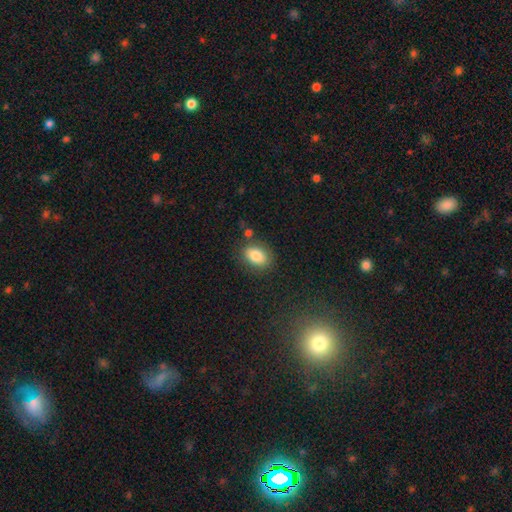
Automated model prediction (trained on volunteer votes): smooth_or_featured: smooth (p=0.84) [alt: featured or disk p=0.08]
how_rounded: in between (p=0.83) [alt: round p=0.16]
merging: none (p=0.77) [alt: minor disturbance p=0.14]